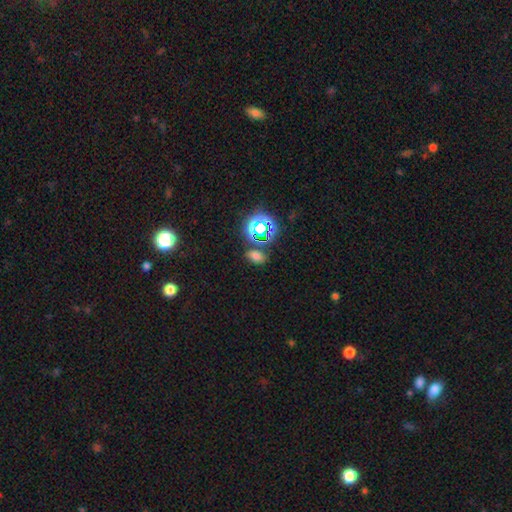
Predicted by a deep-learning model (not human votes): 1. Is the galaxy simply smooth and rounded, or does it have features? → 58% smooth, 35% star or artifact, 8% featured or disk.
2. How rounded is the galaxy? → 80% in between, 18% round, 2% cigar-shaped.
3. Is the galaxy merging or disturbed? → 76% none, 12% minor disturbance, 7% merger, 4% major disturbance.